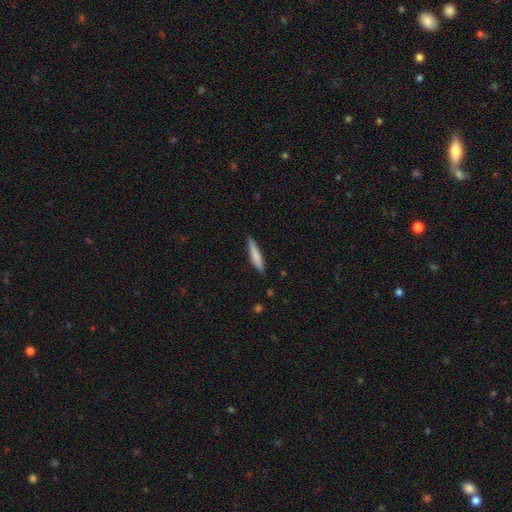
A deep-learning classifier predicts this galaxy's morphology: smooth-or-featured: smooth: 70% | featured or disk: 25% | star or artifact: 5%
  how-rounded: cigar-shaped: 90% | in between: 8% | round: 1%
  merging: none: 86% | minor disturbance: 11% | major disturbance: 2% | merger: 1%